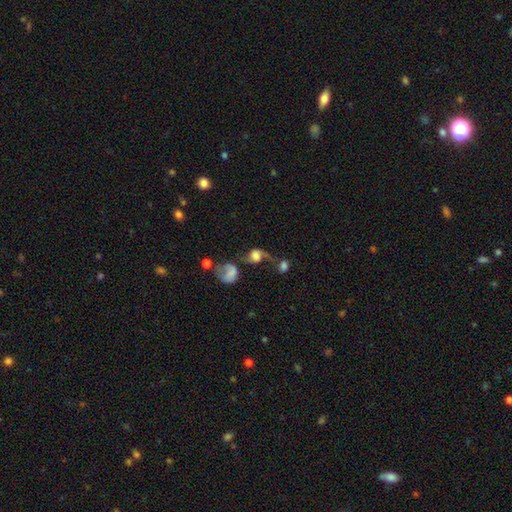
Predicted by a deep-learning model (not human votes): smooth 44%, featured or disk 43%, star or artifact 13%. Down the decision tree: merging — merger (29%).